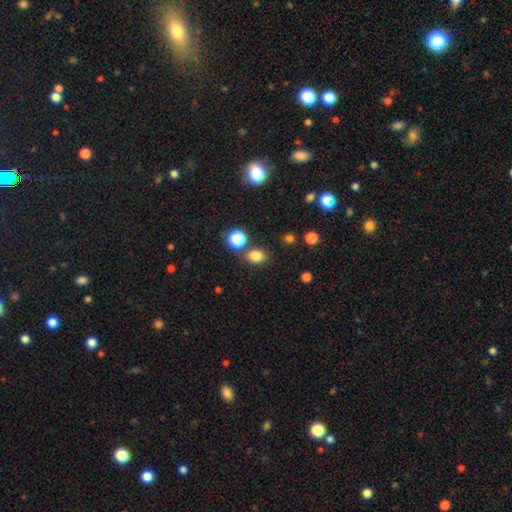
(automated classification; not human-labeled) Smooth or featured? smooth (81%)
How rounded? in between (53%)
Merging? none (77%)